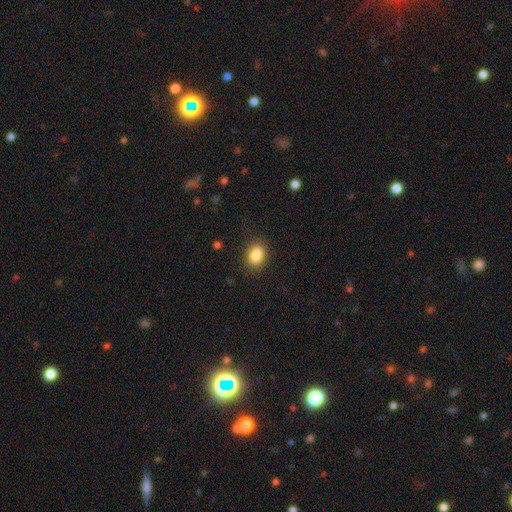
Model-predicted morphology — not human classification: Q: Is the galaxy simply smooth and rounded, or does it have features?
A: smooth — 84%.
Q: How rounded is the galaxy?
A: in between — 68%.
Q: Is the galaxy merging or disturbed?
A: none — 82%.